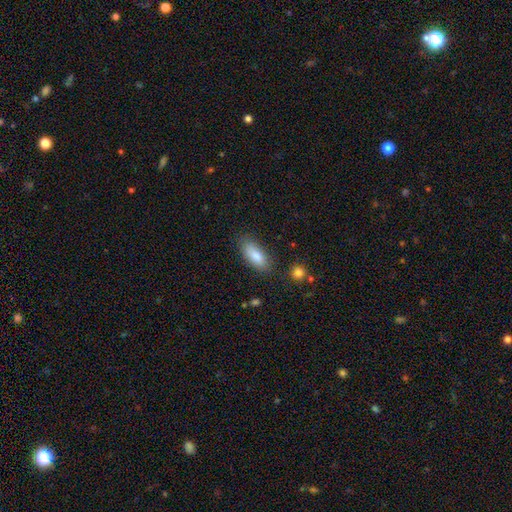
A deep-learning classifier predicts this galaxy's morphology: Smooth or featured: smooth — 84% (featured or disk — 10%)
How rounded: in between — 78% (cigar-shaped — 20%)
Merging: none — 79% (minor disturbance — 15%)